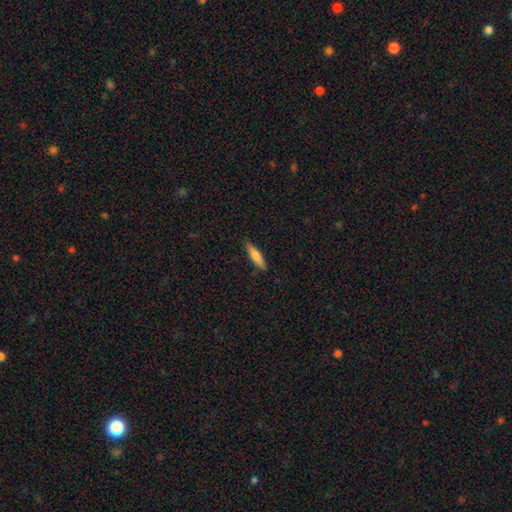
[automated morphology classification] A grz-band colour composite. It shows a smooth galaxy with no disk features (71%) that is cigar-shaped (78%). Merging: none (87%).